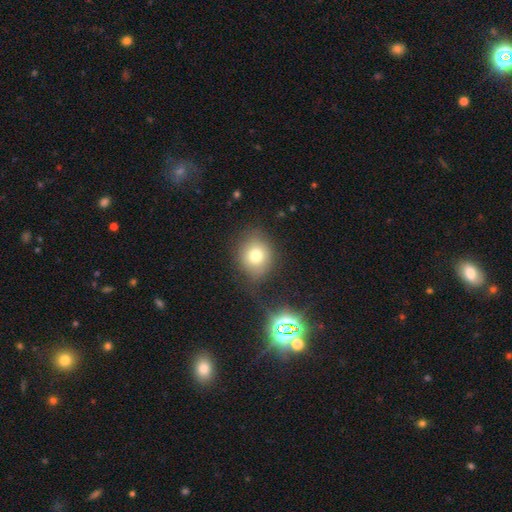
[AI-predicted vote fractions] Smooth or featured?
  - smooth: 74% *
  - star or artifact: 14%
  - featured or disk: 12%
How rounded?
  - round: 70% *
  - in between: 29%
  - cigar-shaped: 1%
Merging?
  - none: 73% *
  - minor disturbance: 16%
  - major disturbance: 6%
  - merger: 5%